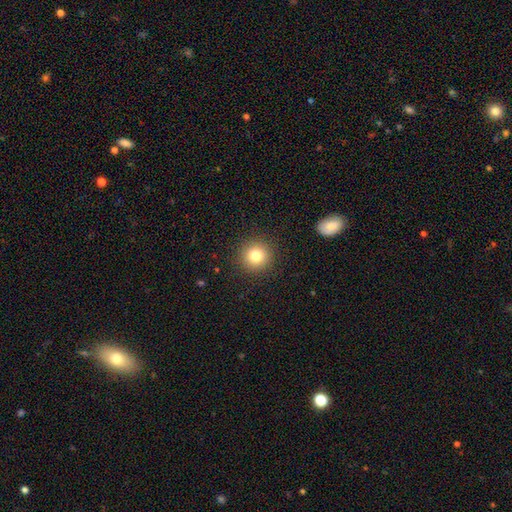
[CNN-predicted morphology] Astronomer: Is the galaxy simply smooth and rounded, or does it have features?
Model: smooth — 80%.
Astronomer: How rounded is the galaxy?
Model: round — 95%.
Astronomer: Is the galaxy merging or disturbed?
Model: none — 91%.